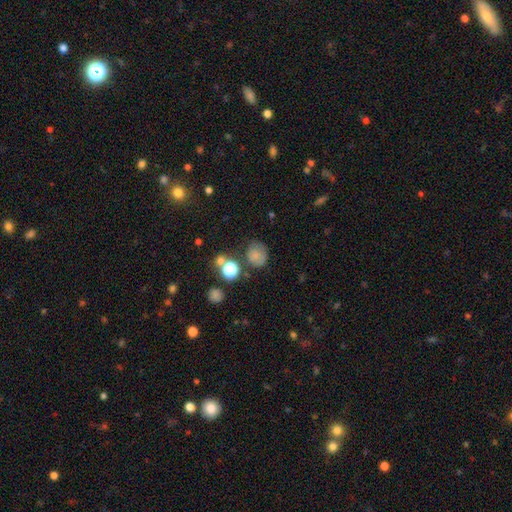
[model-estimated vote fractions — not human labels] A smooth galaxy with no disk features (73%) that is round (70%). Merging: none (64%).